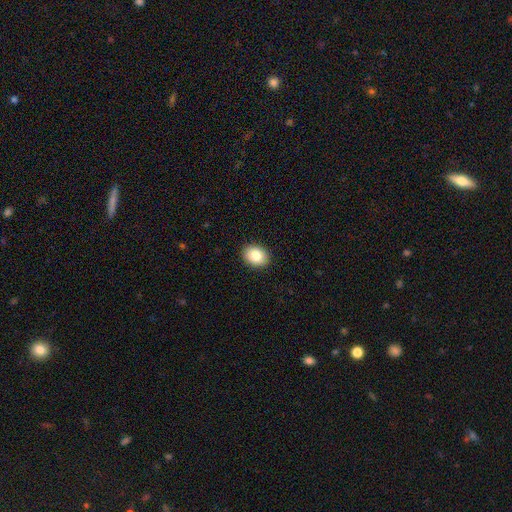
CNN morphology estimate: Smooth or featured? smooth (85%)
How rounded? in between (59%)
Merging? none (91%)